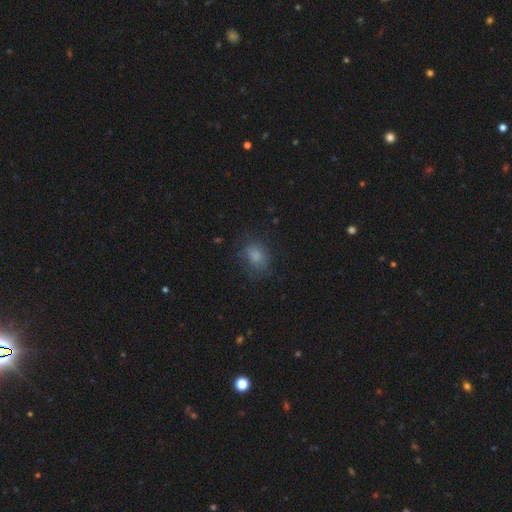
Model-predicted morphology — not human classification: smooth-or-featured: smooth: 77% | star or artifact: 11% | featured or disk: 11%
  how-rounded: in between: 57% | round: 42% | cigar-shaped: 1%
  merging: none: 67% | minor disturbance: 21% | major disturbance: 10% | merger: 1%